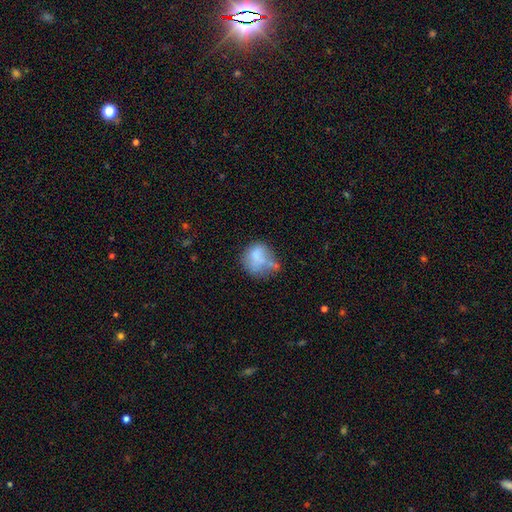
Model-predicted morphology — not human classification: smooth 66%, featured or disk 23%, star or artifact 11%. Down the decision tree: how rounded — round (57%); merging — none (31%).